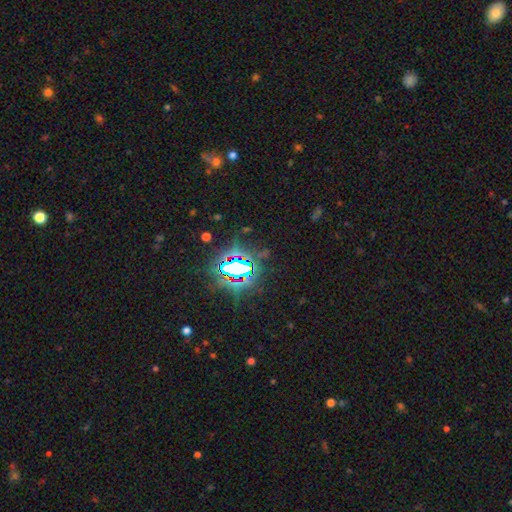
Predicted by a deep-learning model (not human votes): Smooth or featured: star or artifact — 83% (smooth — 10%)